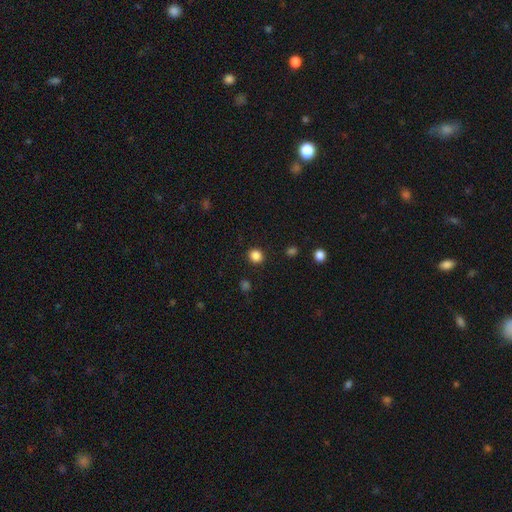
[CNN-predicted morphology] type=smooth (85%); roundness=round (90%); merging=none (91%).